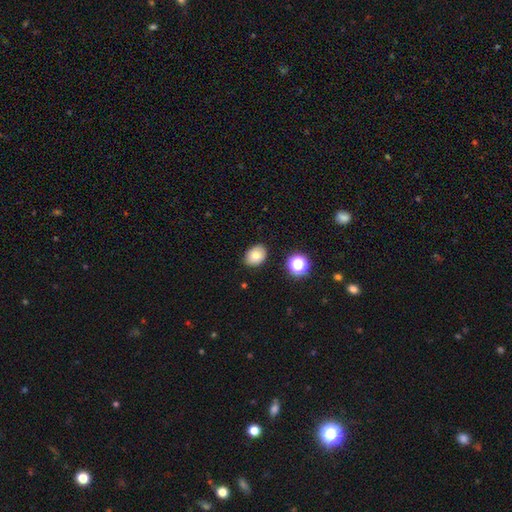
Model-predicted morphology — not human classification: smooth_or_featured: smooth (p=0.80) [alt: star or artifact p=0.11]
how_rounded: in between (p=0.64) [alt: round p=0.35]
merging: none (p=0.84) [alt: minor disturbance p=0.12]